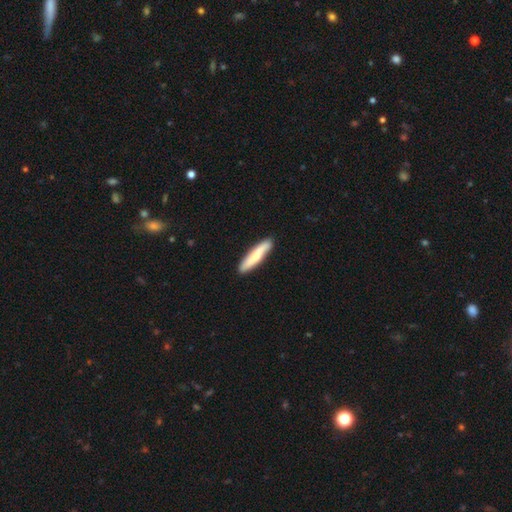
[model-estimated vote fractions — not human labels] Morphology: type=smooth (64%); roundness=cigar-shaped (88%); merging=none (89%).